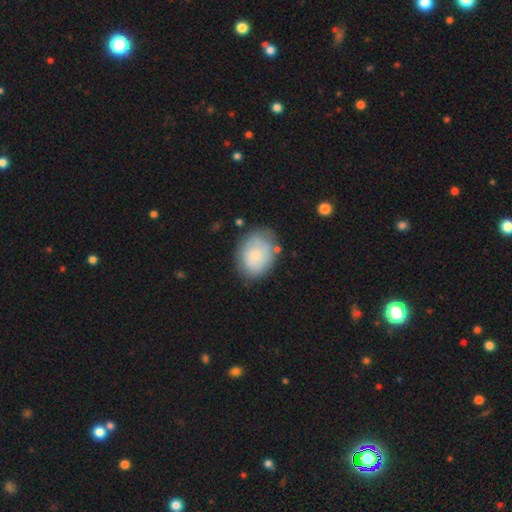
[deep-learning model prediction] Overall: smooth (75%). How rounded: in between (63%; round 36%). Merging: none (65%).